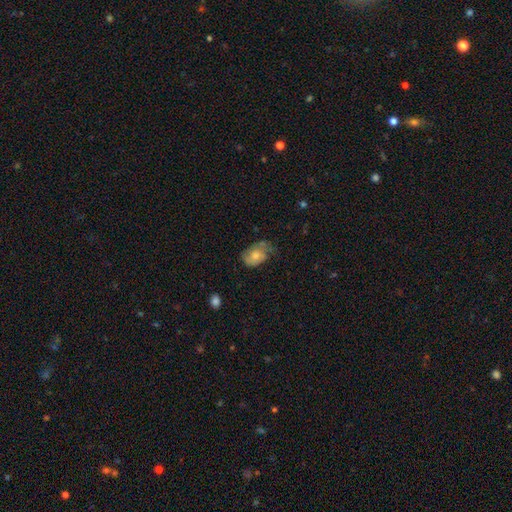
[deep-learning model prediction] A smooth galaxy with no disk features (59%) that is in between round and cigar-shaped (81%).

Vote fractions:
- Smooth or featured? smooth: 59% / featured or disk: 33% / star or artifact: 7%
- How rounded? in between: 81% / round: 17% / cigar-shaped: 1%
- Merging? none: 42% / minor disturbance: 36% / major disturbance: 19% / merger: 2%